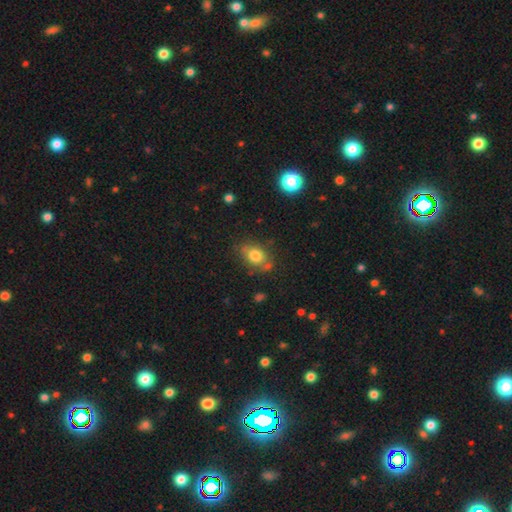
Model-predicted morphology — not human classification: A smooth galaxy with no disk features (76%) that is in between round and cigar-shaped (63%).

Vote fractions:
- Smooth or featured? smooth: 76% / featured or disk: 13% / star or artifact: 10%
- How rounded? in between: 63% / round: 35% / cigar-shaped: 2%
- Merging? none: 68% / minor disturbance: 20% / merger: 7% / major disturbance: 6%